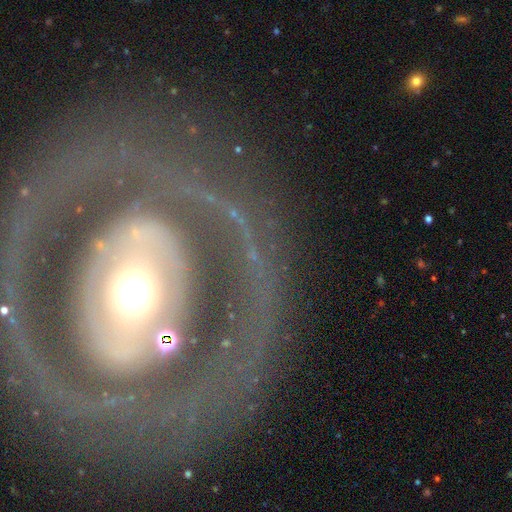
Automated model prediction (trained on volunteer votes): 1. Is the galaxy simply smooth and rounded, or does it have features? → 76% featured or disk, 16% smooth, 8% star or artifact.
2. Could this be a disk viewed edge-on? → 94% no, 6% yes.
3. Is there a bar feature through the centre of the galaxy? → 65% no, 18% strong, 17% weak.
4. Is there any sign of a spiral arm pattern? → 55% yes, 45% no.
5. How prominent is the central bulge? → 59% moderate, 24% large, 11% small, 5% dominant, 1% none.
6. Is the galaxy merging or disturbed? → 65% none, 20% major disturbance, 12% minor disturbance, 3% merger.